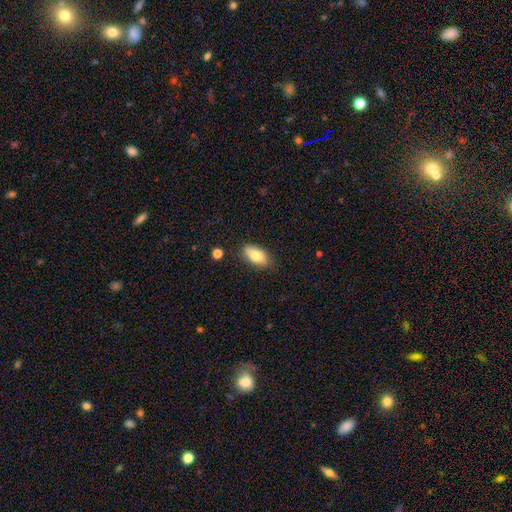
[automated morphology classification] smooth_or_featured: smooth (p=0.76) [alt: featured or disk p=0.17]
how_rounded: in between (p=0.85) [alt: cigar-shaped p=0.11]
merging: none (p=0.81) [alt: minor disturbance p=0.14]